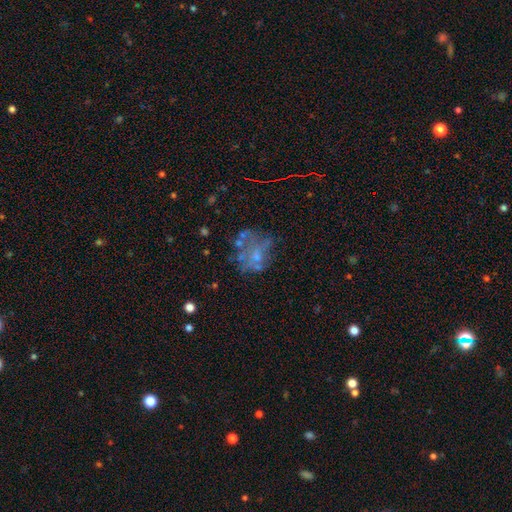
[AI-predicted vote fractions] This appears to be a featured or disk galaxy (52%) with no bar (88%), no spiral arms (84%) and a small central bulge (46%). Merging: none (43%).